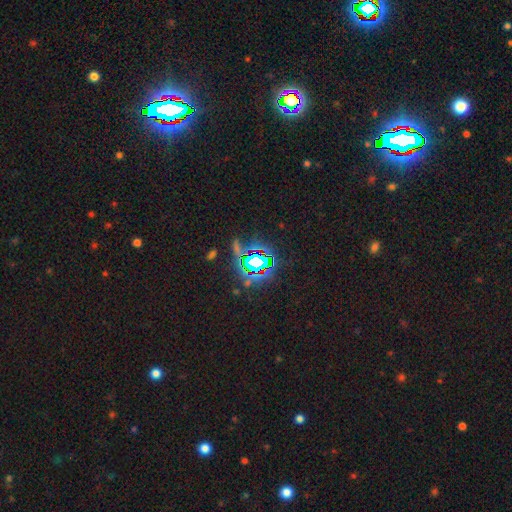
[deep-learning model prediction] Overall: star or artifact (83%).